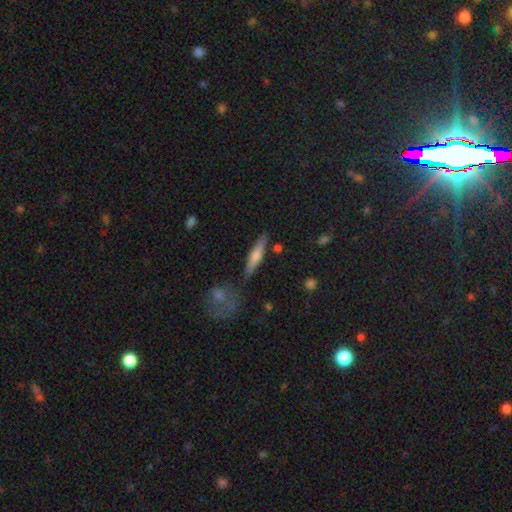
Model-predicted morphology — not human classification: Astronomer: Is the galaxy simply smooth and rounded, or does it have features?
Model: smooth — 47% (runner-up: featured or disk, 45%).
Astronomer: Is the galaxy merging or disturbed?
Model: none — 82%.